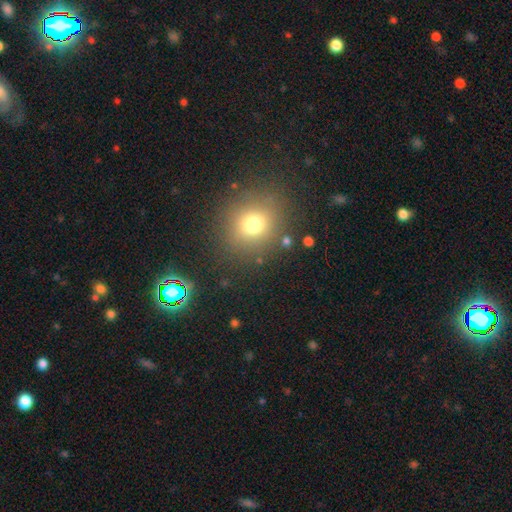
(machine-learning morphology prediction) Smooth or featured: smooth — 62% (star or artifact — 28%)
How rounded: round — 76% (in between — 23%)
Merging: none — 86% (minor disturbance — 8%)